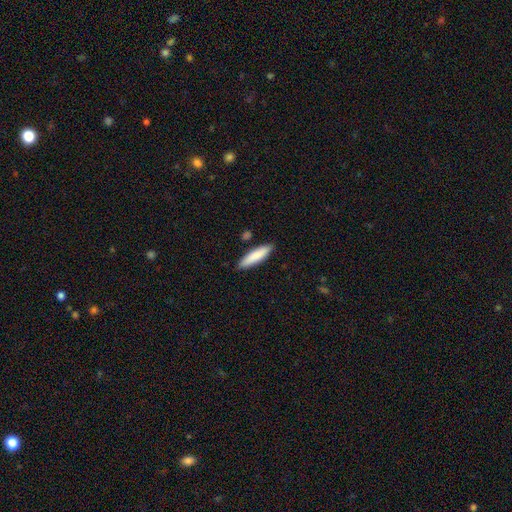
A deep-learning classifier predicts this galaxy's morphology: type=smooth (83%); roundness=cigar-shaped (74%); merging=none (86%).